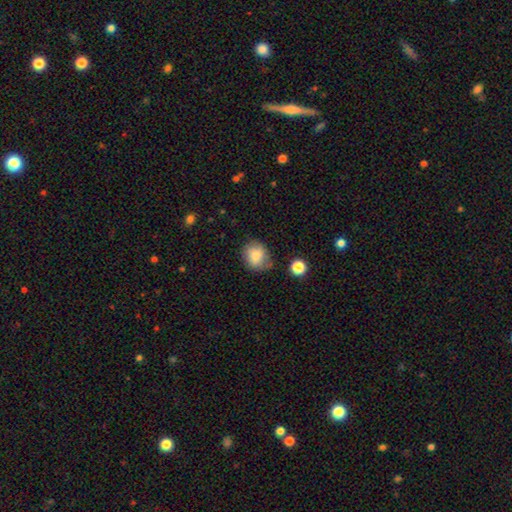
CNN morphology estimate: Smooth or featured: smooth — 77% (featured or disk — 14%)
How rounded: round — 66% (in between — 33%)
Merging: none — 66% (minor disturbance — 24%)